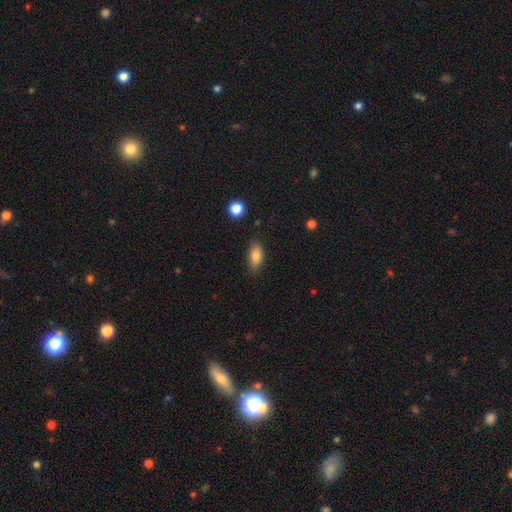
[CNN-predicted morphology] smooth_or_featured: smooth (p=0.82) [alt: featured or disk p=0.10]
how_rounded: in between (p=0.87) [alt: cigar-shaped p=0.08]
merging: none (p=0.80) [alt: minor disturbance p=0.15]